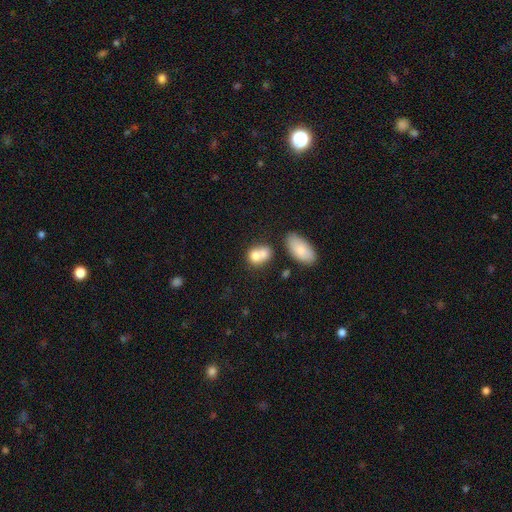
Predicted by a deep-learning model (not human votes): Smooth or featured? smooth (74%)
How rounded? in between (53%)
Merging? merger (60%)